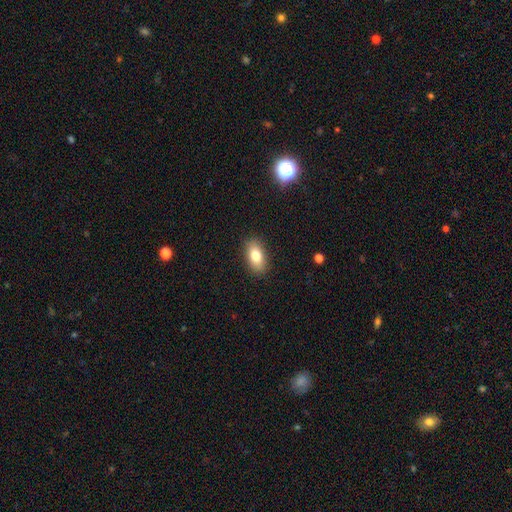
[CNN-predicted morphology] Overall: smooth (79%). How rounded: in between (88%). Merging: none (88%).